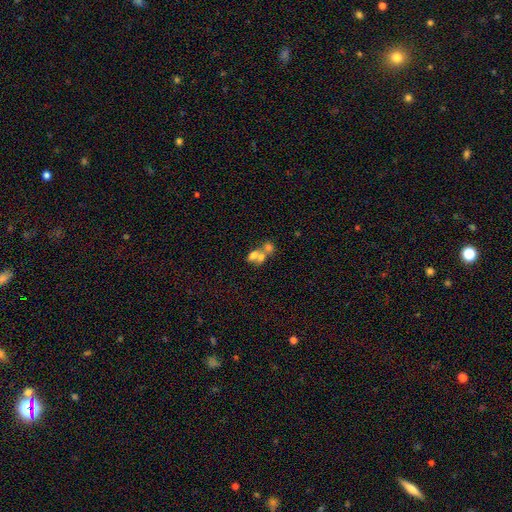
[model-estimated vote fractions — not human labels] smooth-or-featured: smooth: 60% | featured or disk: 27% | star or artifact: 13%
  how-rounded: in between: 61% | round: 37% | cigar-shaped: 2%
  merging: merger: 69% | none: 20% | minor disturbance: 6% | major disturbance: 5%